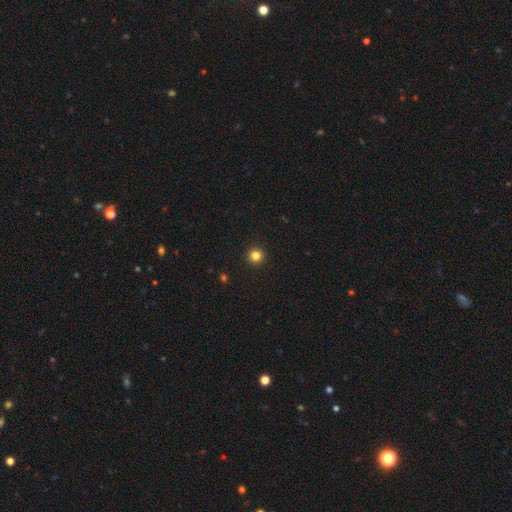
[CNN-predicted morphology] Smooth or featured: smooth — 83% (star or artifact — 12%)
How rounded: round — 96% (in between — 3%)
Merging: none — 94% (minor disturbance — 4%)